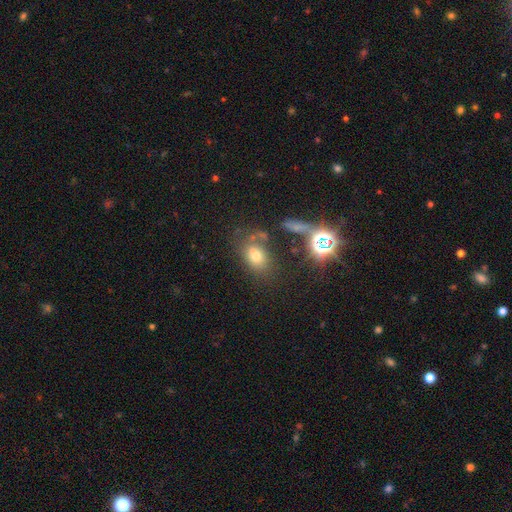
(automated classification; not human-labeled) Q: Smooth or featured?
A: smooth (63%); runner-up: star or artifact (19%)
Q: How rounded?
A: in between (65%); runner-up: round (33%)
Q: Merging?
A: none (49%); runner-up: merger (24%)